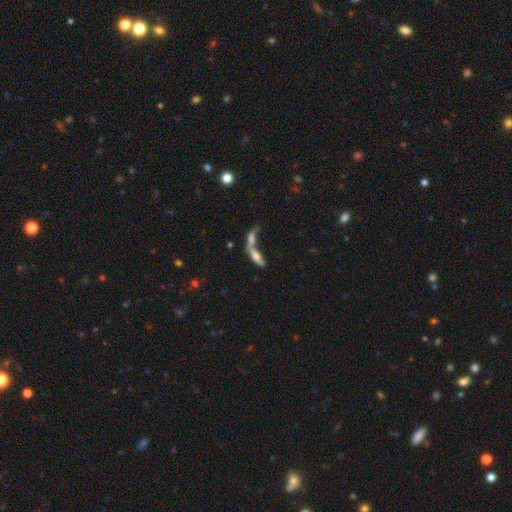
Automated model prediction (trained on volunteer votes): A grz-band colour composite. It shows a smooth galaxy with no disk features (59%) that is cigar-shaped (51%). Merging: merger (65%).